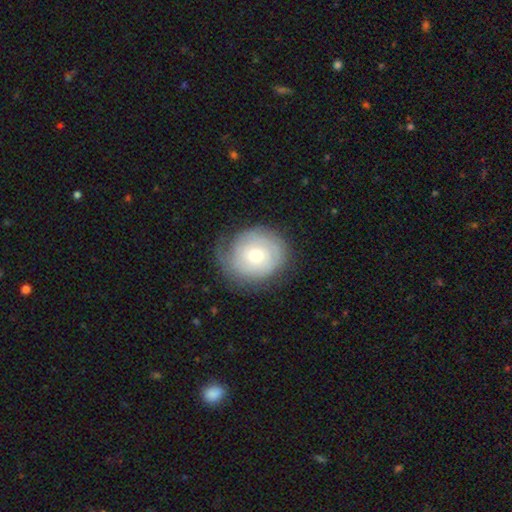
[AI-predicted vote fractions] smooth-or-featured: featured or disk: 57% | smooth: 36% | star or artifact: 7%
  disk-edge-on: no: 97% | yes: 3%
    bar: no: 76% | weak: 21% | strong: 3%
    has-spiral-arms: yes: 84% | no: 16%
    bulge-size: moderate: 55% | small: 37% | large: 5% | none: 1% | dominant: 1%
  merging: none: 70% | minor disturbance: 21% | major disturbance: 8% | merger: 1%